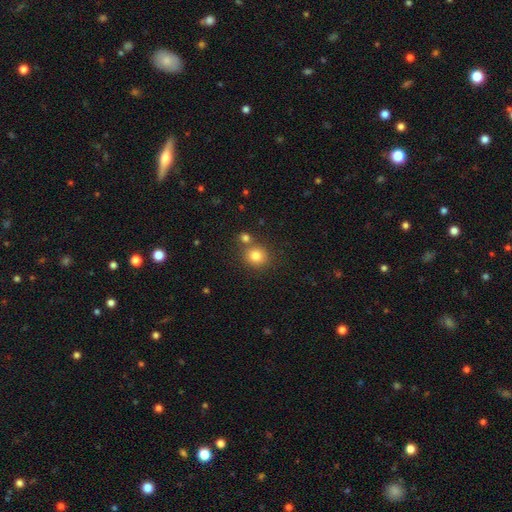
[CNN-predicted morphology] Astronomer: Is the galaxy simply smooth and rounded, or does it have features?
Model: smooth — 81%.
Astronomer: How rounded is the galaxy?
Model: round — 84%.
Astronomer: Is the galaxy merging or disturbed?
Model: none — 70%.